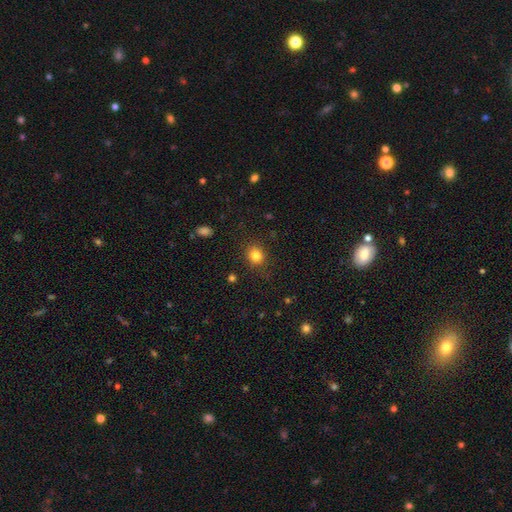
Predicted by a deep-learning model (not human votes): Smooth or featured? smooth (82%)
How rounded? round (74%)
Merging? none (86%)